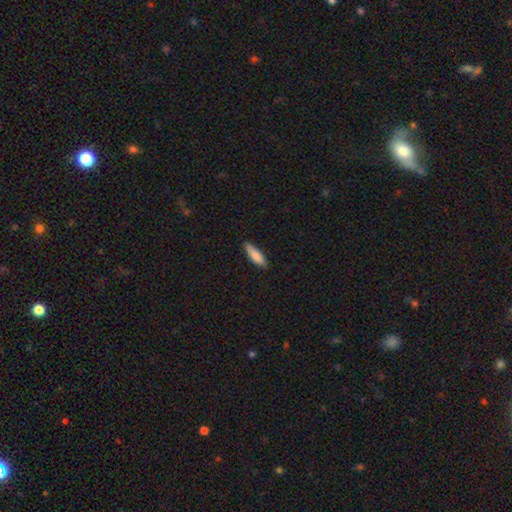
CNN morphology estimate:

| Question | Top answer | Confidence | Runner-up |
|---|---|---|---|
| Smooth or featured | smooth | 83% | featured or disk (11%) |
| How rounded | cigar-shaped | 53% | in between (46%) |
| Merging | none | 84% | minor disturbance (13%) |